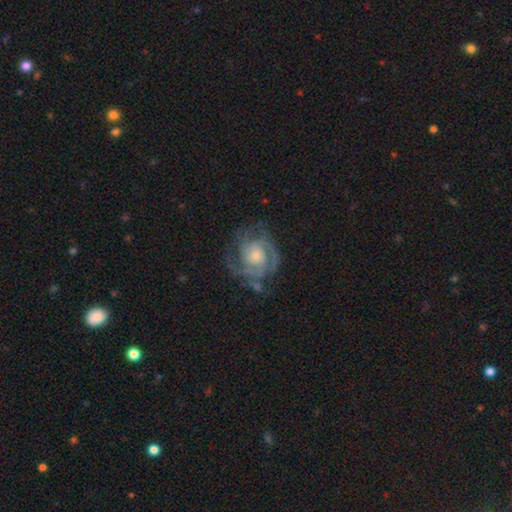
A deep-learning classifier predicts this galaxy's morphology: This appears to be a featured or disk galaxy (88%) with no bar (70%), 3 (35%) tight (61%) spiral arms (97%) and a small central bulge (48%). Merging: none (70%).